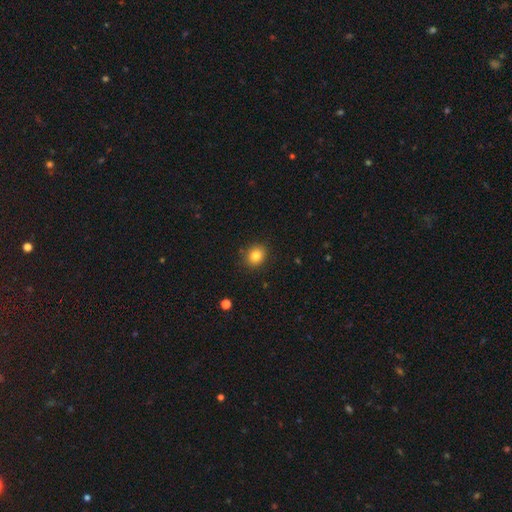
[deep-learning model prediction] Q: Smooth or featured?
A: smooth (82%); runner-up: star or artifact (11%)
Q: How rounded?
A: round (69%); runner-up: in between (31%)
Q: Merging?
A: none (88%); runner-up: minor disturbance (9%)